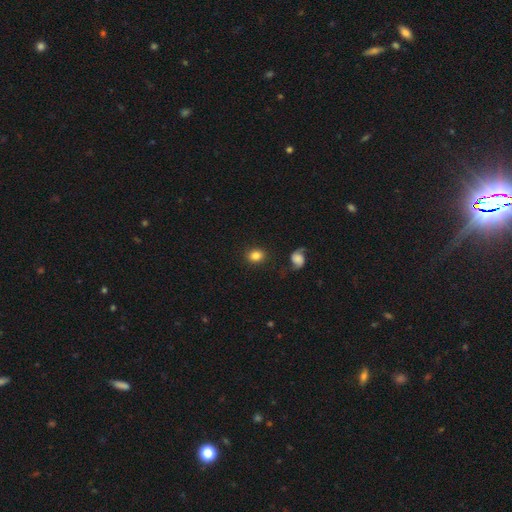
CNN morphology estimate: Smooth or featured? smooth (82%)
How rounded? round (68%)
Merging? none (85%)